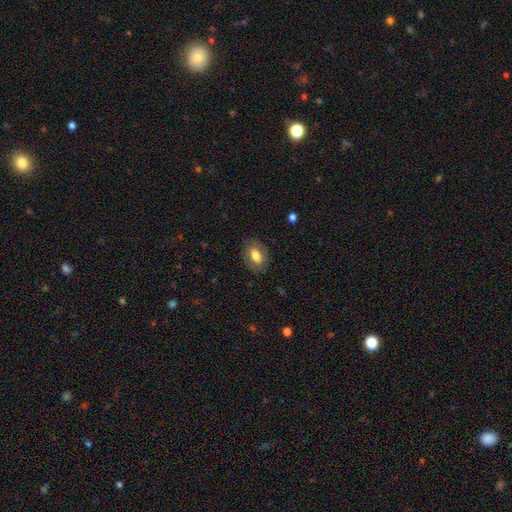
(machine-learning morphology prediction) Smooth or featured? smooth (76%)
How rounded? in between (83%)
Merging? none (84%)